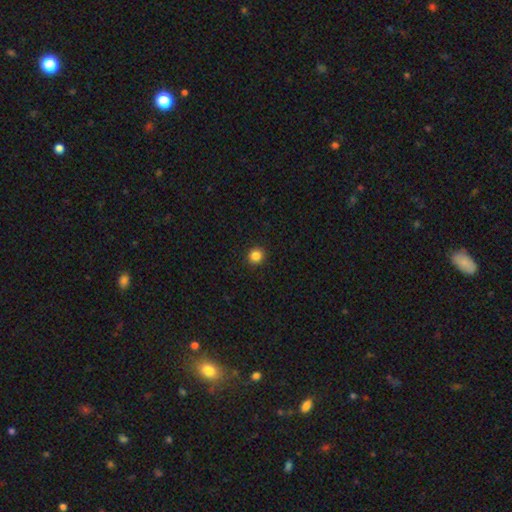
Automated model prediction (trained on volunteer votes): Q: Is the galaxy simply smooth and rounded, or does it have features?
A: smooth — 85%.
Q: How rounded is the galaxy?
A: round — 91%.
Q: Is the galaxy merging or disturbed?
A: none — 93%.